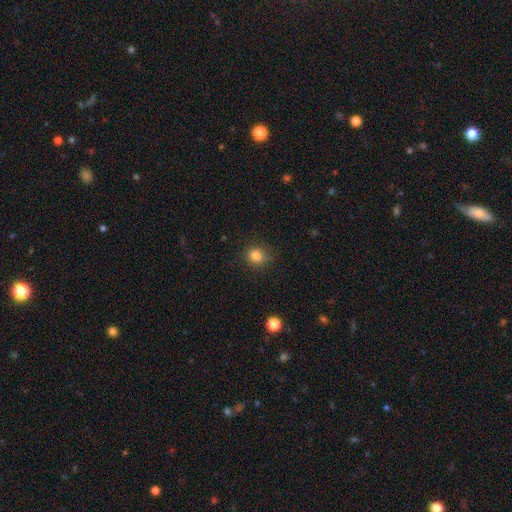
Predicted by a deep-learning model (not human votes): Smooth or featured? Predicted: smooth (p=0.83). How rounded? Predicted: round (p=0.80). Merging? Predicted: none (p=0.84).